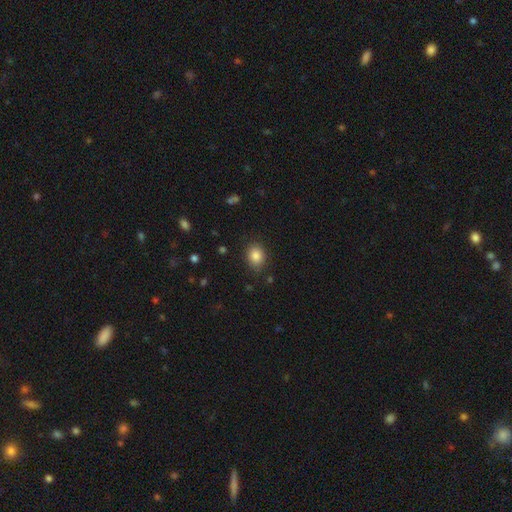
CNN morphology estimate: smooth 85%, star or artifact 9%, featured or disk 6%. Down the decision tree: how rounded — in between (53%); merging — none (82%).